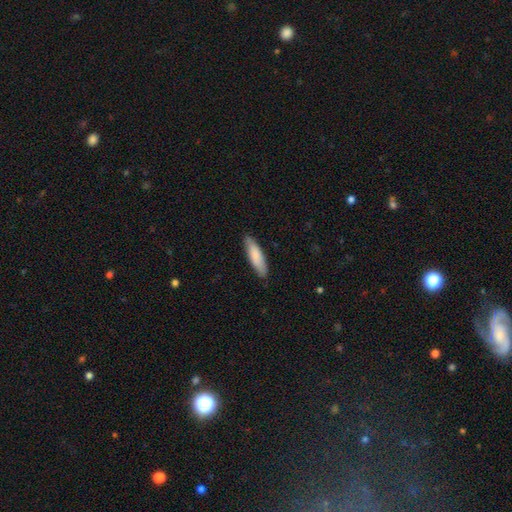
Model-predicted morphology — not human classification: Smooth or featured: smooth — 83% (featured or disk — 12%)
How rounded: cigar-shaped — 60% (in between — 38%)
Merging: none — 86% (minor disturbance — 11%)